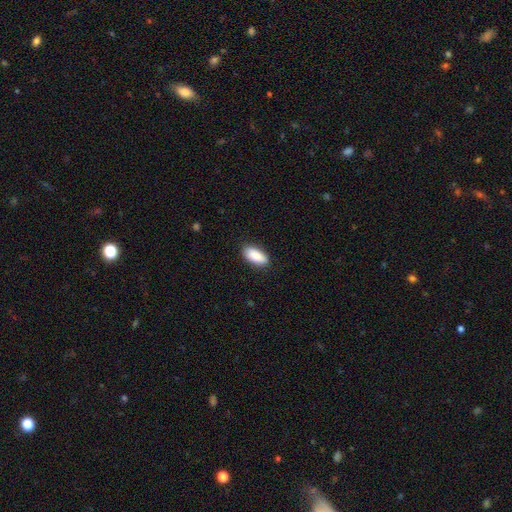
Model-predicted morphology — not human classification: A smooth galaxy with no disk features (89%) that is in between round and cigar-shaped (89%). Merging: none (86%).